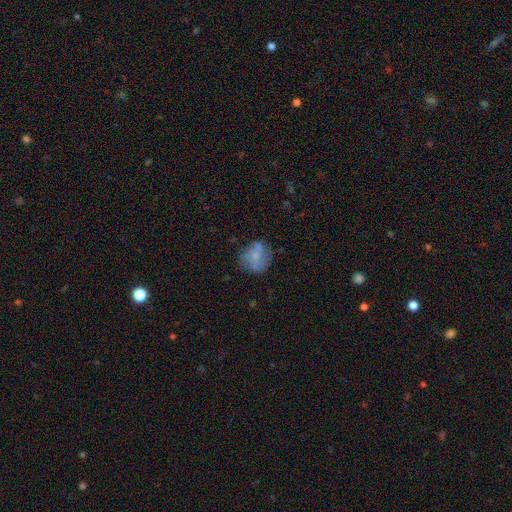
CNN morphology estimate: smooth 48%, featured or disk 43%, star or artifact 9%. Down the decision tree: merging — none (66%).